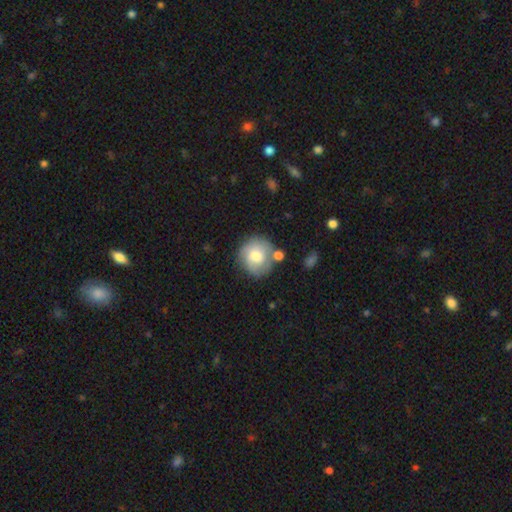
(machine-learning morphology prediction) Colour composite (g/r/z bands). It shows a smooth galaxy with no disk features (63%) that is round (87%). Merging: none (62%).